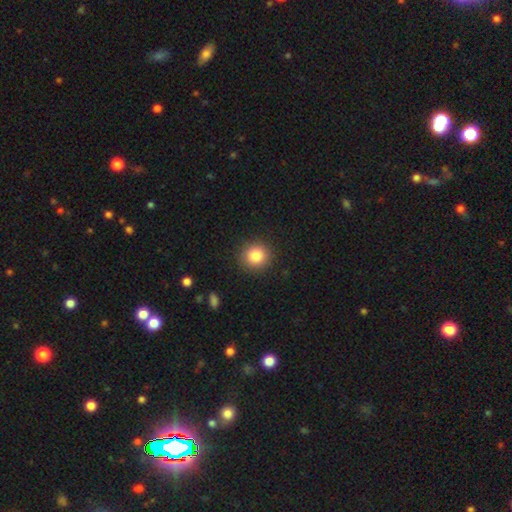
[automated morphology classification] smooth-or-featured: smooth: 83% | star or artifact: 10% | featured or disk: 7%
  how-rounded: round: 91% | in between: 8% | cigar-shaped: 1%
  merging: none: 91% | minor disturbance: 6% | major disturbance: 2% | merger: 1%